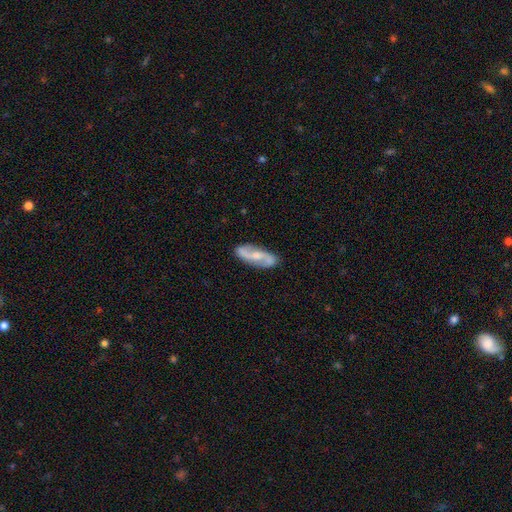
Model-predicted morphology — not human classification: Smooth or featured? Predicted: featured or disk (p=0.76). Edge-on disk? Predicted: no (p=0.91). Bar? Predicted: weak (p=0.41). Spiral arms? Predicted: yes (p=0.93). Spiral winding? Predicted: loose (p=0.42, tied with medium). Spiral arm count? Predicted: 2 (p=0.91). Bulge size? Predicted: moderate (p=0.44). Merging? Predicted: none (p=0.85).